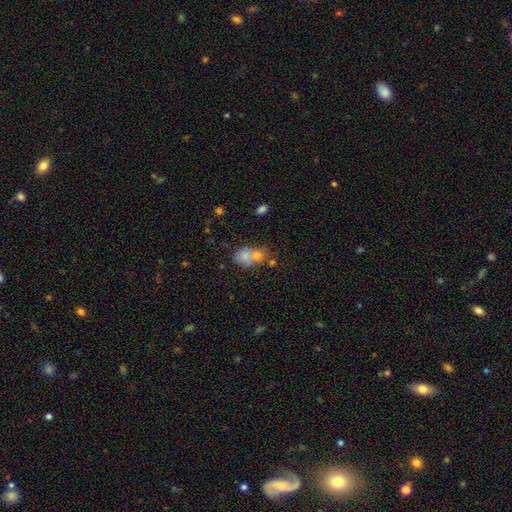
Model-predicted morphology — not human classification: Smooth or featured? smooth (61%)
How rounded? round (58%)
Merging? merger (55%)